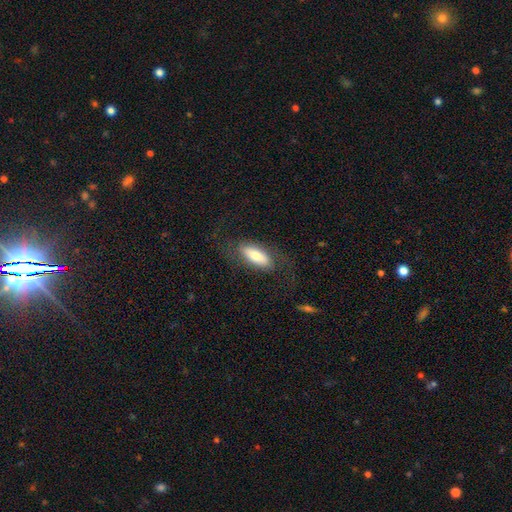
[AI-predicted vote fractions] Overall: smooth (64%; featured or disk 30%). How rounded: in between (72%). Merging: none (72%).